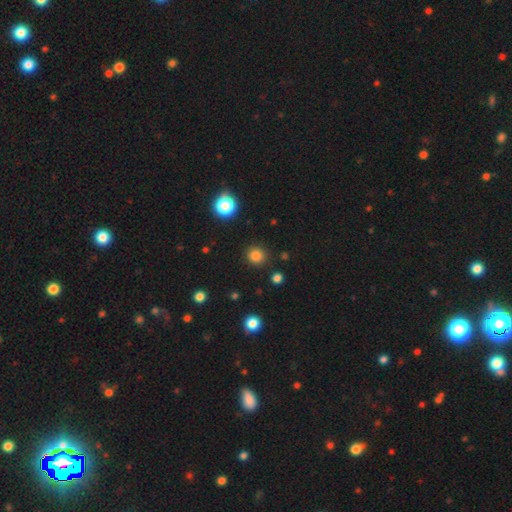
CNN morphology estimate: The model was most divided on "smooth or featured": smooth: 82%, star or artifact: 14%, featured or disk: 4%. More confident: how rounded — round (90%); merging — none (89%).